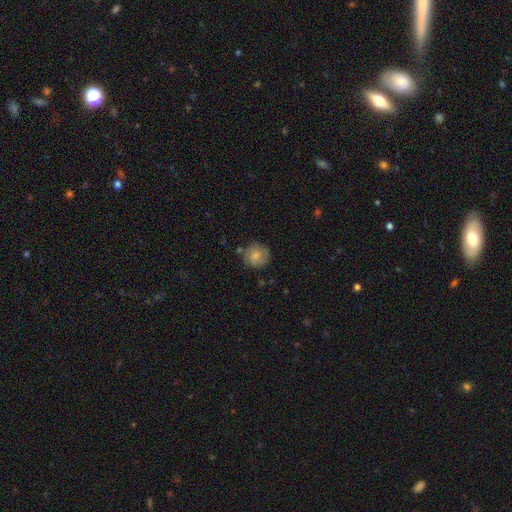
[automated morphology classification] A smooth galaxy with no disk features (65%) that is round (88%). Merging: none (74%).